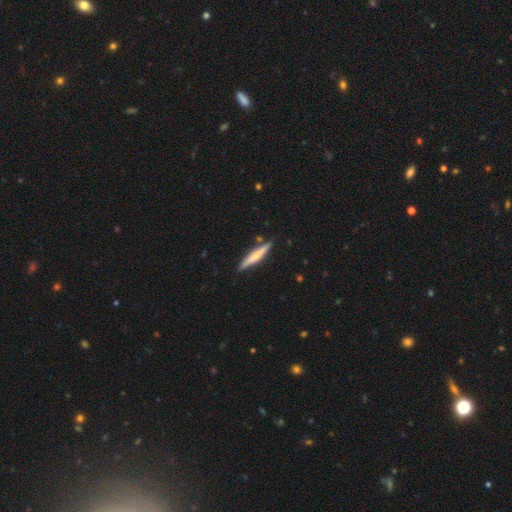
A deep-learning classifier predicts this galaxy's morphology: A smooth galaxy with no disk features (48%). Merging: none (86%).